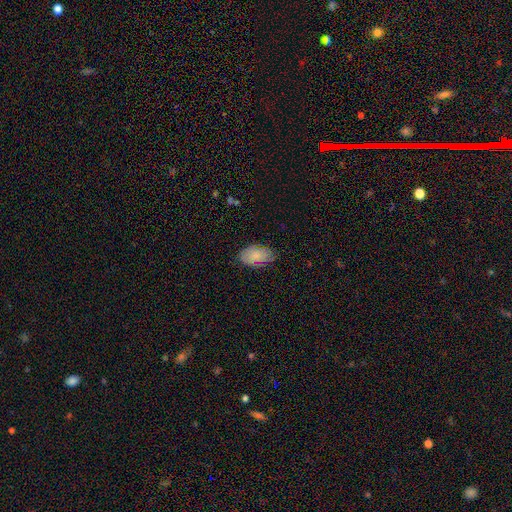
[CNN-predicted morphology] type=smooth (77%); roundness=in between (93%); merging=none (74%).